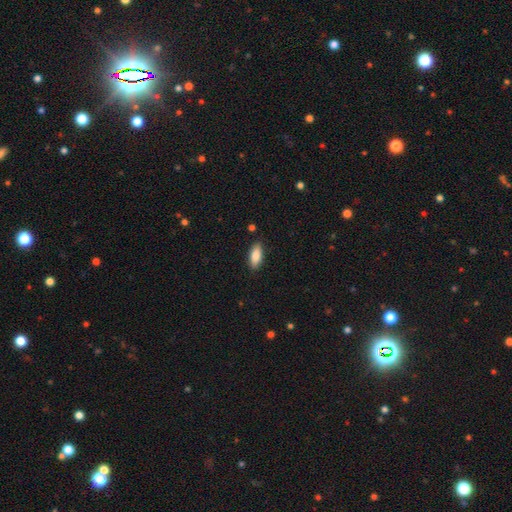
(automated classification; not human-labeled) smooth 87%, featured or disk 7%, star or artifact 6%. Down the decision tree: how rounded — in between (82%); merging — none (88%).